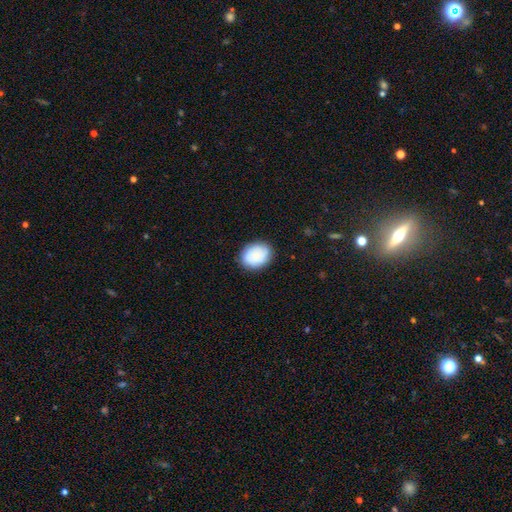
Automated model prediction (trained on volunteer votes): Overall: smooth (69%). How rounded: in between (54%; round 45%). Merging: none (83%).